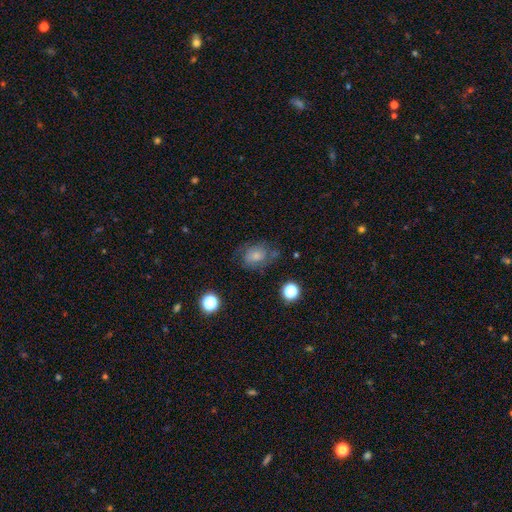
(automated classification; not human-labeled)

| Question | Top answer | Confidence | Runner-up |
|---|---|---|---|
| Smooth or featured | smooth | 63% | featured or disk (25%) |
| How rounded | in between | 56% | round (43%) |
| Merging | none | 56% | minor disturbance (26%) |